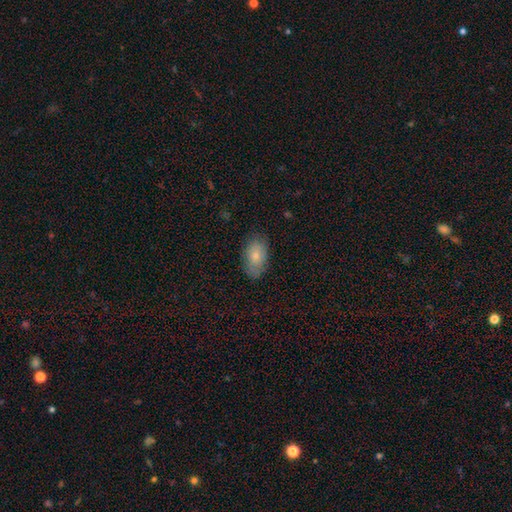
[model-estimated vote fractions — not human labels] Smooth or featured? smooth (77%)
How rounded? in between (92%)
Merging? none (79%)